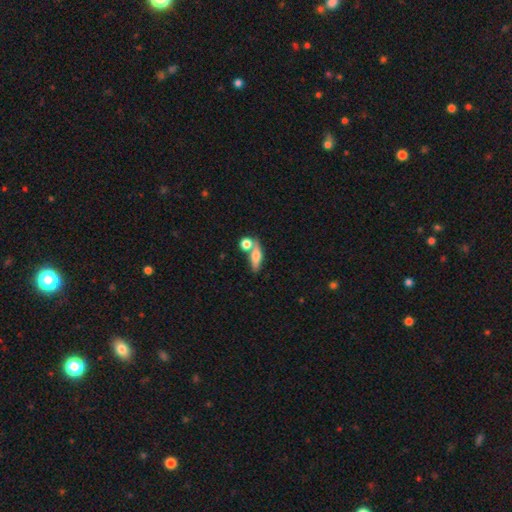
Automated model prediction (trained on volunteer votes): The model was most divided on "how rounded": in between: 52%, cigar-shaped: 34%, round: 13%. More confident: smooth or featured — smooth (58%); merging — none (51%).